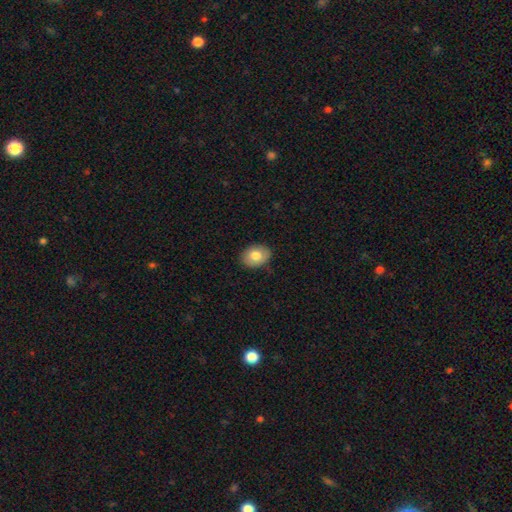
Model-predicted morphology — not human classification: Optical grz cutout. It shows a smooth galaxy with no disk features (77%) that is in between round and cigar-shaped (69%). Merging: none (86%).